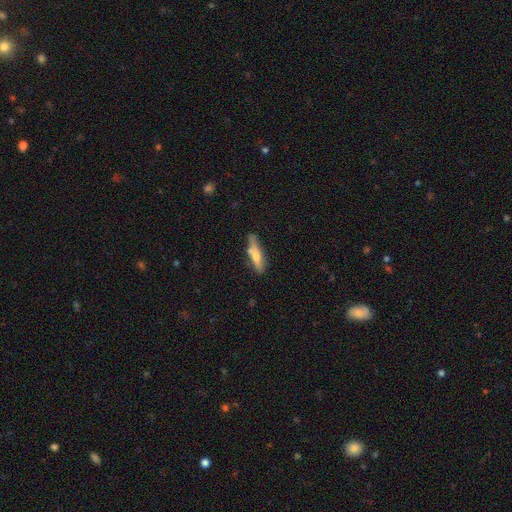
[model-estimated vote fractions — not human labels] Smooth or featured? Predicted: smooth (p=0.48). Merging? Predicted: none (p=0.64).